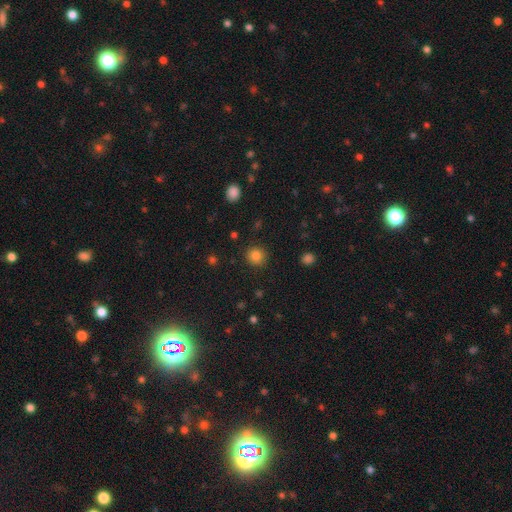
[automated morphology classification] The model was most divided on "smooth or featured": smooth: 84%, star or artifact: 11%, featured or disk: 4%. More confident: how rounded — round (92%); merging — none (89%).